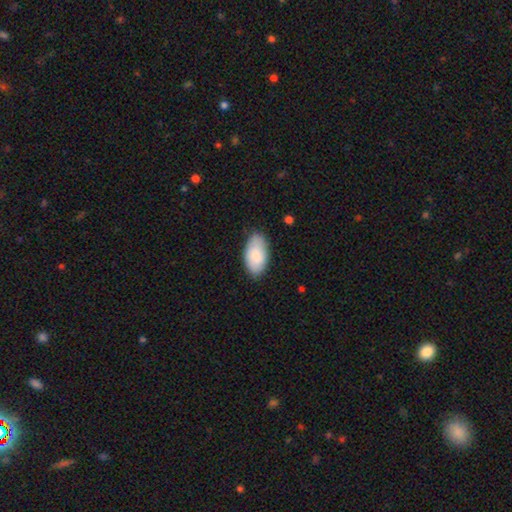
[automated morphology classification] Smooth or featured? Predicted: smooth (p=0.81). How rounded? Predicted: in between (p=0.95). Merging? Predicted: none (p=0.81).